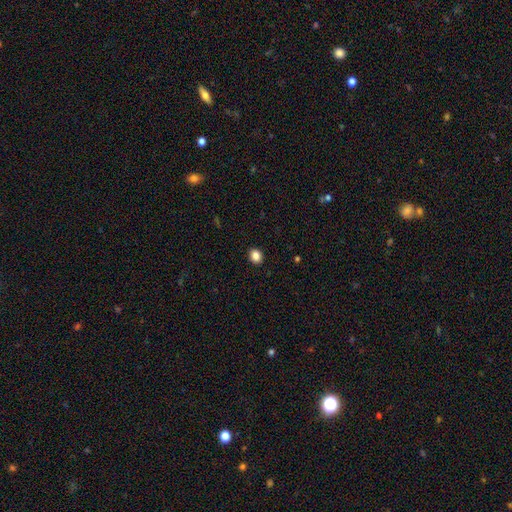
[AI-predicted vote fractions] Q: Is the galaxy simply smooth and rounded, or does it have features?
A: smooth — 86%.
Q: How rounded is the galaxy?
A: round — 61%.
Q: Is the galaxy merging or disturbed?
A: none — 92%.